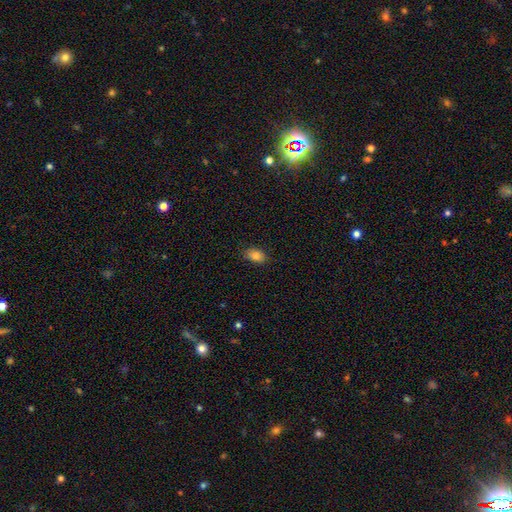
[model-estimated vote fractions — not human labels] smooth-or-featured: smooth: 82% | star or artifact: 9% | featured or disk: 9%
  how-rounded: in between: 84% | round: 14% | cigar-shaped: 2%
  merging: none: 85% | minor disturbance: 11% | major disturbance: 2% | merger: 1%